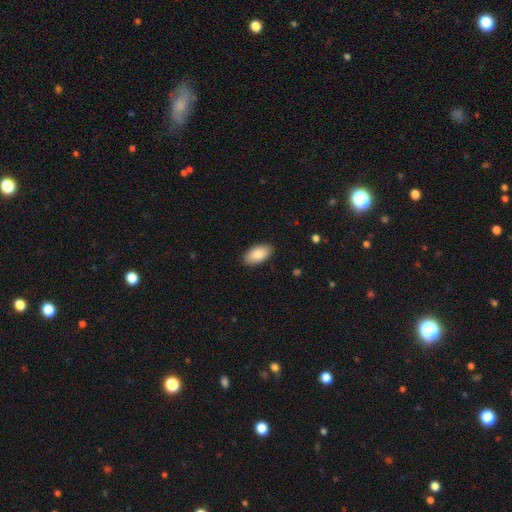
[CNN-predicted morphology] A smooth galaxy with no disk features (86%) that is in between round and cigar-shaped (95%).

Vote fractions:
- Smooth or featured? smooth: 86% / featured or disk: 8% / star or artifact: 6%
- How rounded? in between: 95% / round: 3% / cigar-shaped: 3%
- Merging? none: 89% / minor disturbance: 8% / major disturbance: 2% / merger: 1%